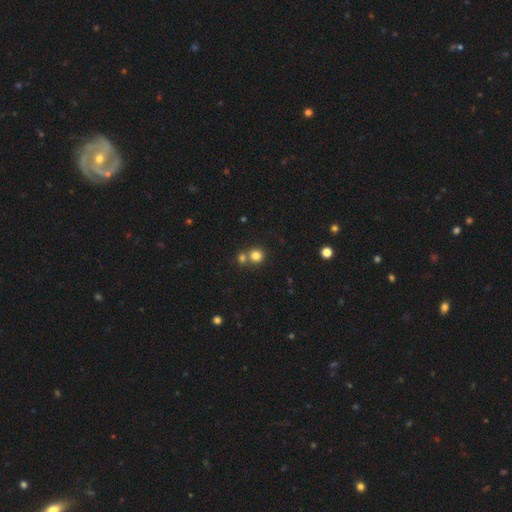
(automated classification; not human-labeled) smooth 80%, star or artifact 13%, featured or disk 7%. Down the decision tree: how rounded — round (91%); merging — none (59%).